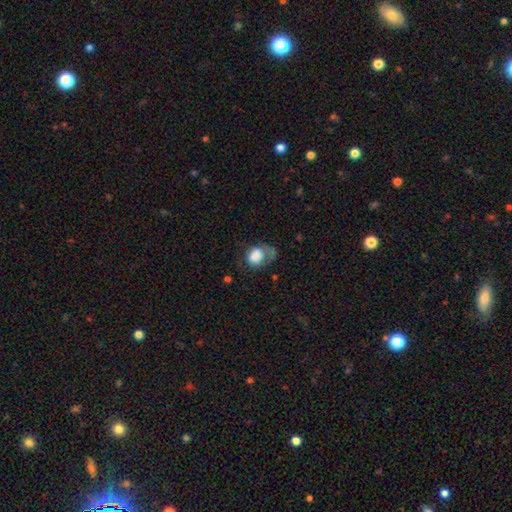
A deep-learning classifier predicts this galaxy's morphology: smooth_or_featured: smooth (p=0.77) [alt: featured or disk p=0.15]
how_rounded: in between (p=0.50) [alt: round p=0.49]
merging: major disturbance (p=0.41) [alt: none p=0.28]